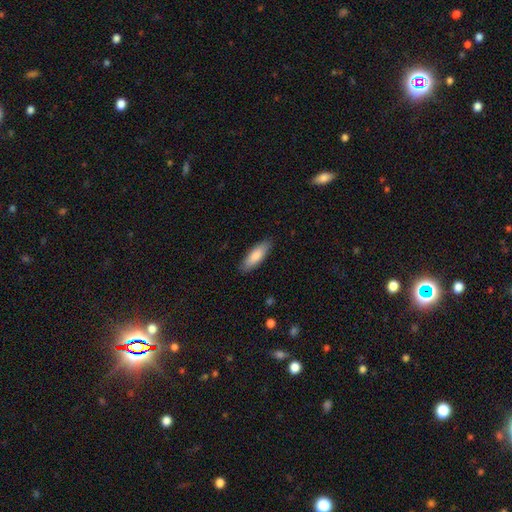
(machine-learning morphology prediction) Smooth or featured? smooth (84%)
How rounded? in between (55%)
Merging? none (88%)